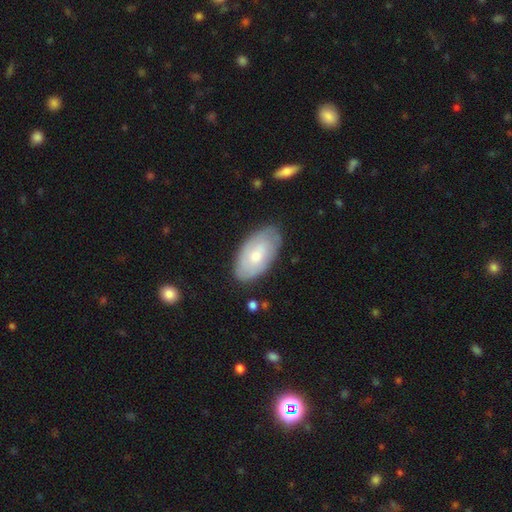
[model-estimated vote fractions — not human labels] Q: Smooth or featured?
A: smooth (56%); runner-up: featured or disk (38%)
Q: How rounded?
A: in between (95%); runner-up: round (3%)
Q: Merging?
A: none (78%); runner-up: minor disturbance (16%)